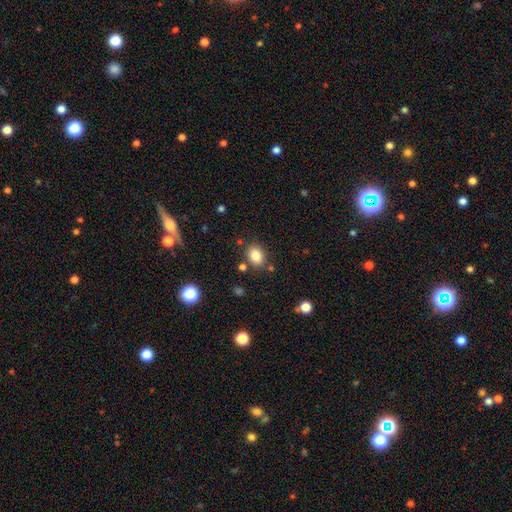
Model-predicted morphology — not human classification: smooth 84%, star or artifact 10%, featured or disk 6%. Down the decision tree: how rounded — in between (69%); merging — none (80%).